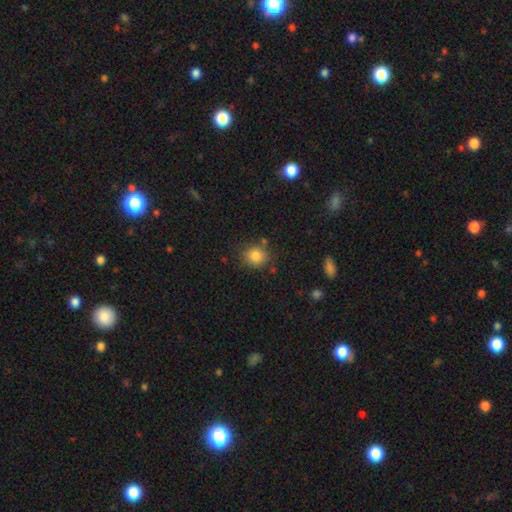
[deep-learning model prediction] Overall: smooth (84%). How rounded: round (82%). Merging: none (79%).